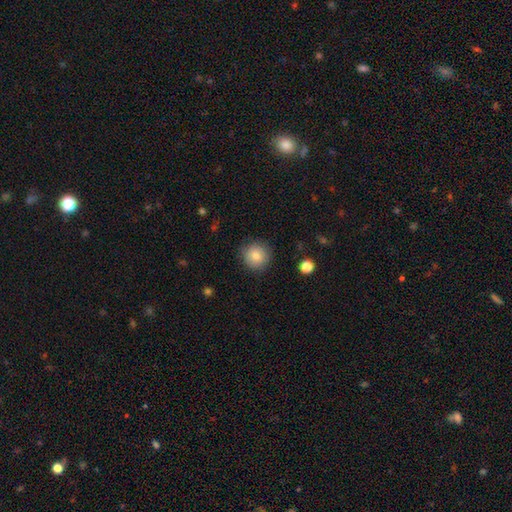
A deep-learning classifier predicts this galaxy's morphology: This is clearly a smooth galaxy (80%). How rounded: clearly round (93%). Merging: clearly none (86%).